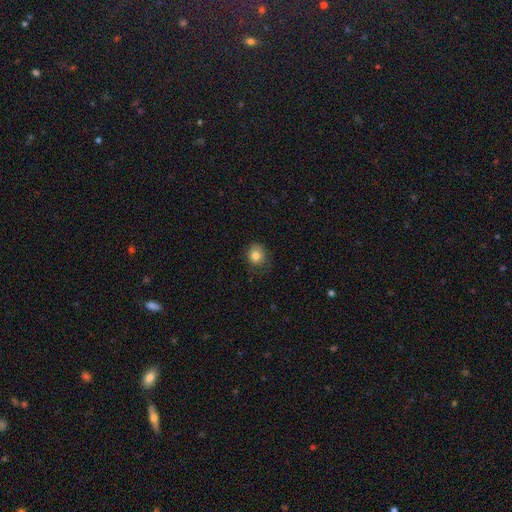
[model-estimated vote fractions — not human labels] This appears to be a smooth galaxy with no disk features (81%) that is round (78%). Merging: none (75%).